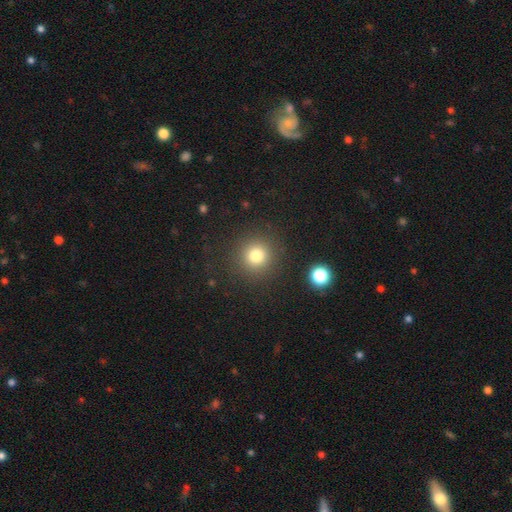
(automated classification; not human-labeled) Morphology: type=smooth (78%); roundness=round (93%); merging=none (88%).